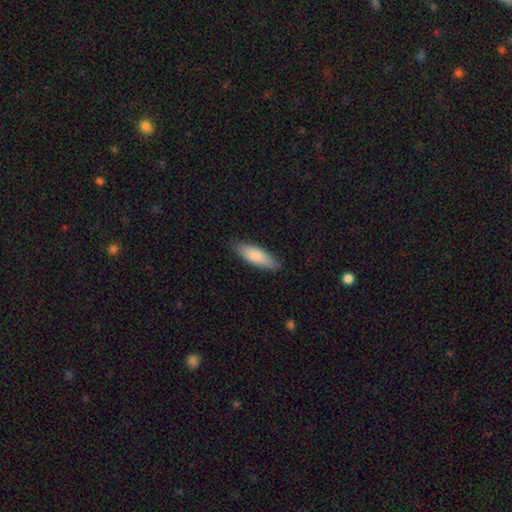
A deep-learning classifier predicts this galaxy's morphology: A smooth galaxy with no disk features (83%) that is in between round and cigar-shaped (59%). Merging: none (82%).